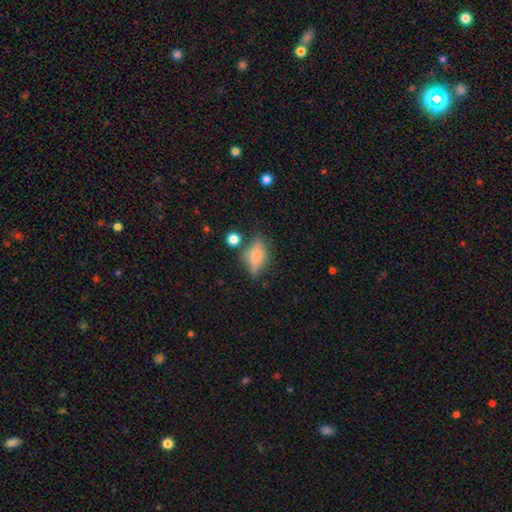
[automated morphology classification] smooth-or-featured: smooth: 51% | featured or disk: 37% | star or artifact: 12%
  how-rounded: in between: 68% | round: 16% | cigar-shaped: 16%
  merging: none: 62% | minor disturbance: 23% | major disturbance: 9% | merger: 7%